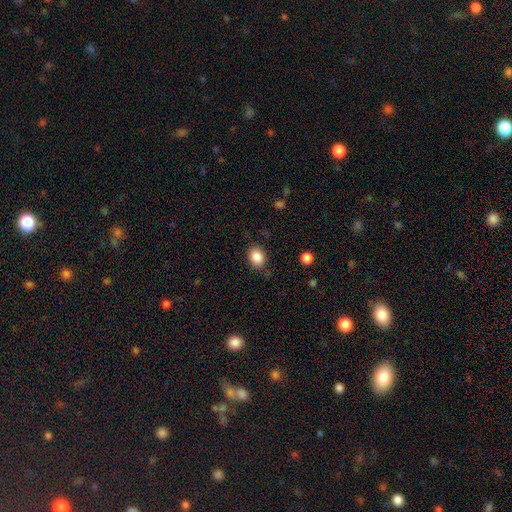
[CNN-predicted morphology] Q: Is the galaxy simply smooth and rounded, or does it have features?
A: smooth — 87%.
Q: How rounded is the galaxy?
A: in between — 62%.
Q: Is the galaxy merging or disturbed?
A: none — 79%.